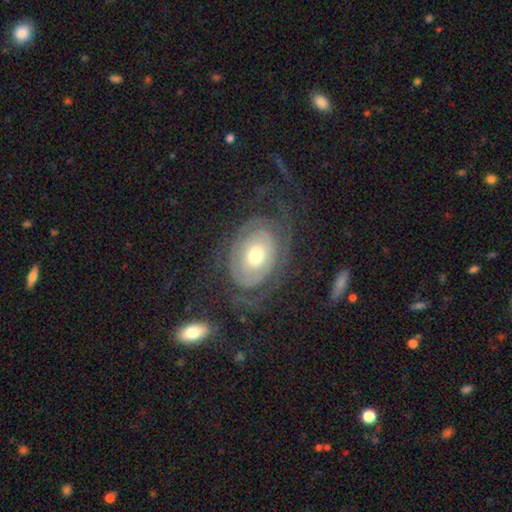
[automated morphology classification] type=featured or disk (75%); edge-on=no (95%); bar=no (82%); spiral arms=yes (73%); winding=tight (64%); arm count=can't tell (41%); bulge=moderate (63%); merging=none (61%).